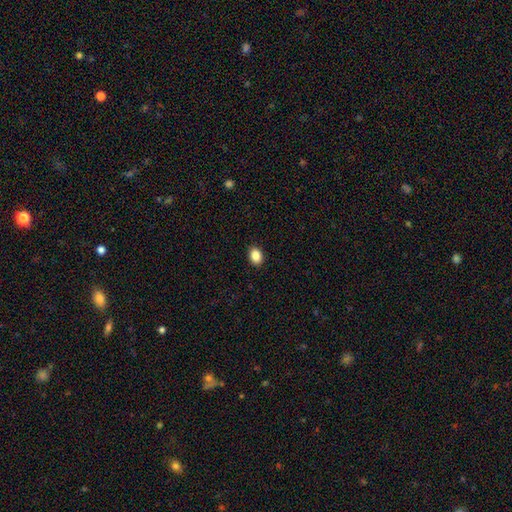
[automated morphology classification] smooth 88%, star or artifact 9%, featured or disk 4%. Down the decision tree: how rounded — in between (72%); merging — none (91%).